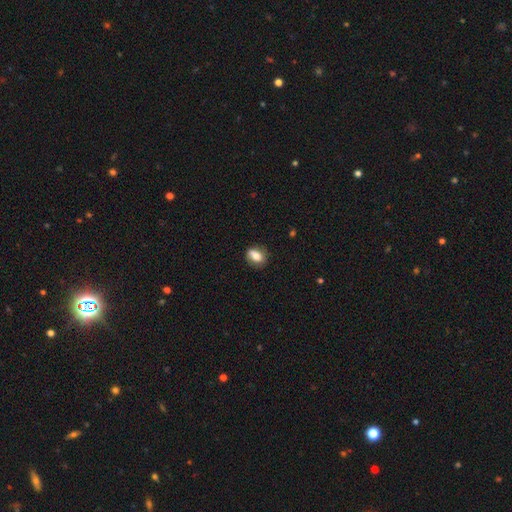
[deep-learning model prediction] The model was most divided on "how rounded": in between: 67%, round: 30%, cigar-shaped: 3%. More confident: merging — none (72%); smooth or featured — smooth (70%).